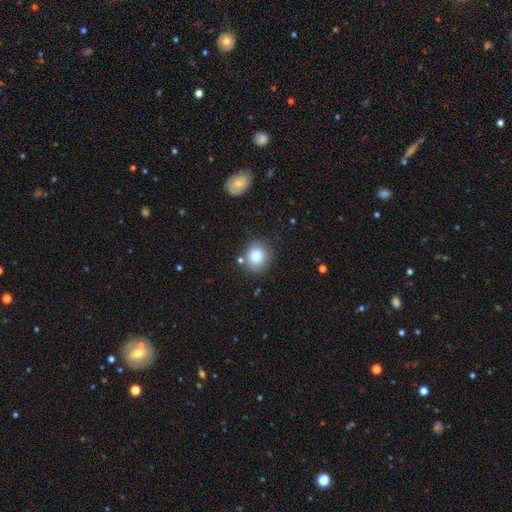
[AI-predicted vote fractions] Q: Smooth or featured?
A: smooth (81%); runner-up: star or artifact (11%)
Q: How rounded?
A: round (84%); runner-up: in between (15%)
Q: Merging?
A: none (80%); runner-up: minor disturbance (11%)